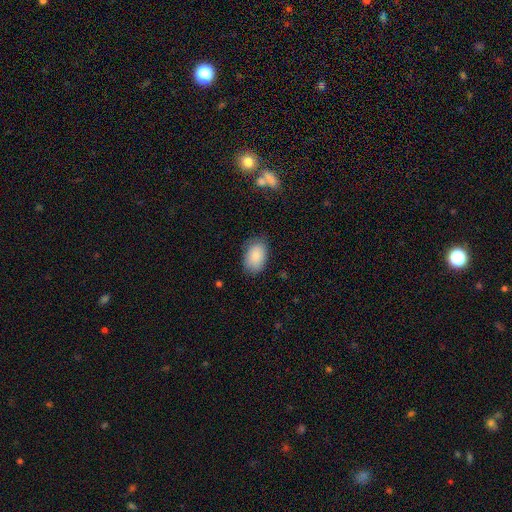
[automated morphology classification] Smooth or featured?
  - smooth: 87% *
  - star or artifact: 7%
  - featured or disk: 6%
How rounded?
  - in between: 88% *
  - round: 11%
  - cigar-shaped: 1%
Merging?
  - none: 80% *
  - minor disturbance: 15%
  - major disturbance: 4%
  - merger: 1%